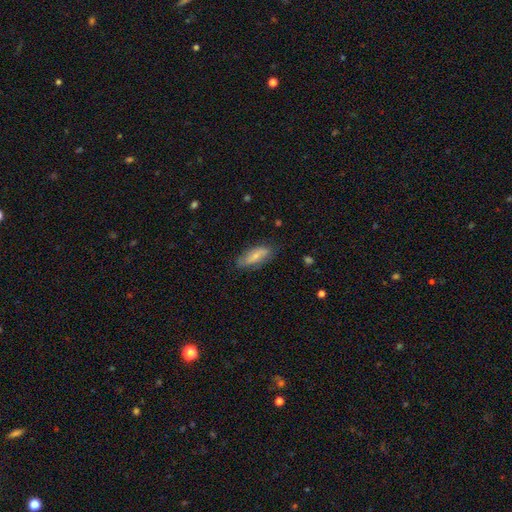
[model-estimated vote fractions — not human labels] Smooth or featured? smooth (57%)
How rounded? in between (74%)
Merging? none (76%)